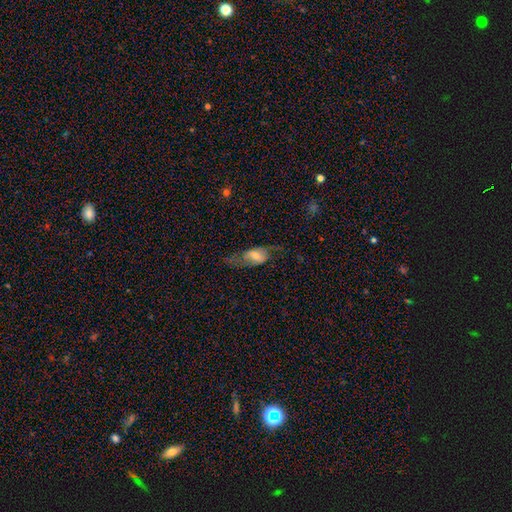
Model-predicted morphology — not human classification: Smooth or featured? Predicted: featured or disk (p=0.51). Edge-on disk? Predicted: no (p=0.82). Merging? Predicted: none (p=0.51).